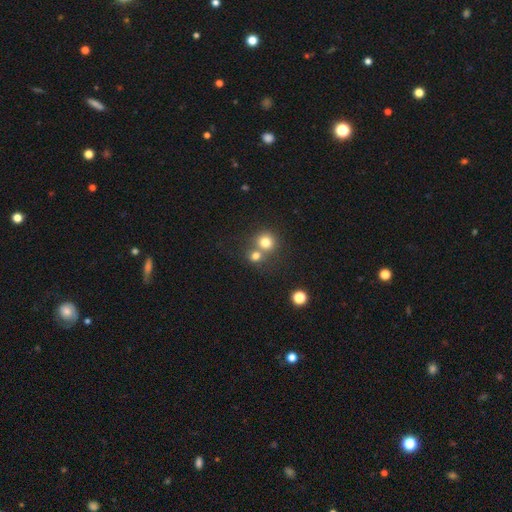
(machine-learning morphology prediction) Overall: smooth (76%). How rounded: round (85%). Merging: none (47%; merger 43%).